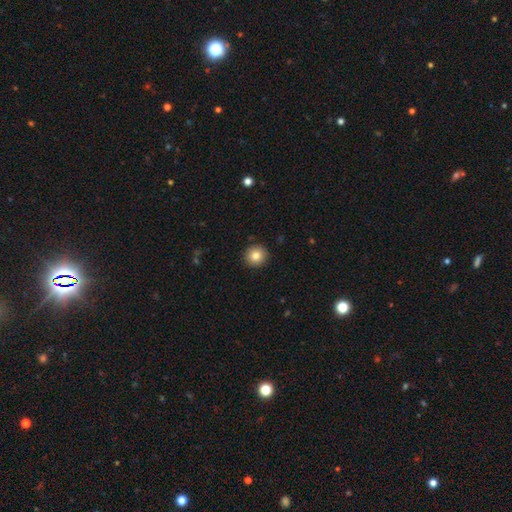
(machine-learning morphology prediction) type=smooth (82%); roundness=round (94%); merging=none (92%).